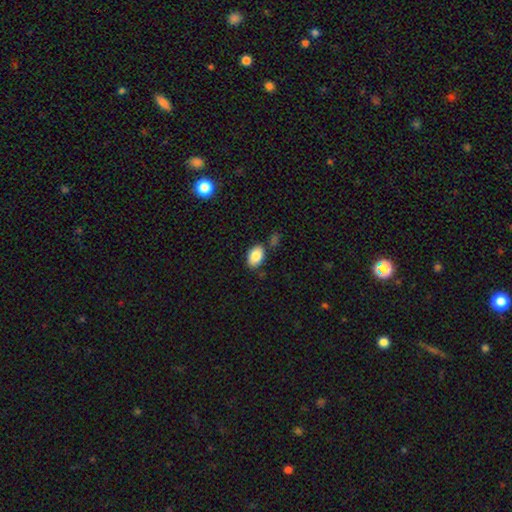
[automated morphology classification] Smooth or featured? Predicted: smooth (p=0.87). How rounded? Predicted: in between (p=0.89). Merging? Predicted: none (p=0.76).